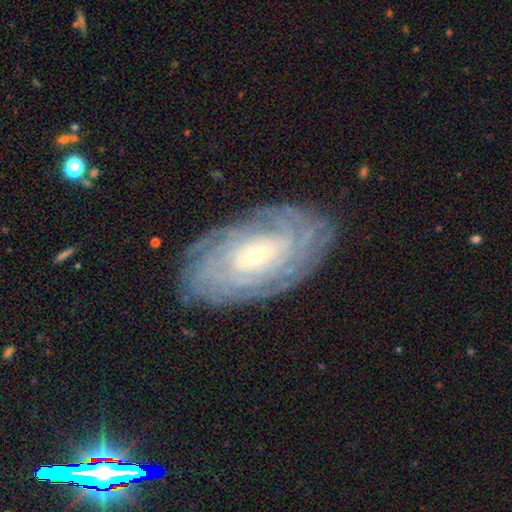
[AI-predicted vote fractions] Morphology: type=featured or disk (84%); edge-on=no (94%); bar=no (51%); spiral arms=yes (95%); winding=tight (86%); arm count=can't tell (40%); bulge=small (78%); merging=none (84%).